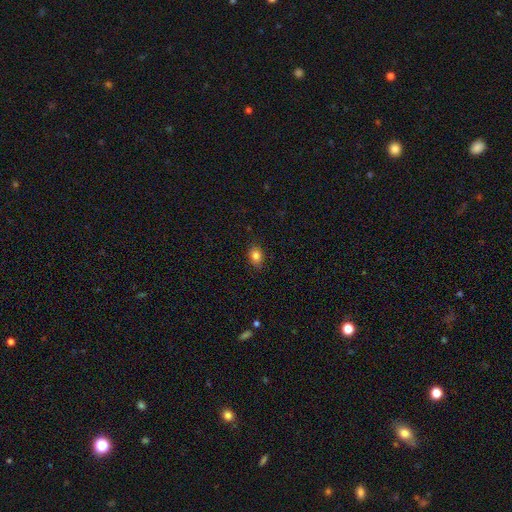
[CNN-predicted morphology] smooth-or-featured: smooth: 84% | star or artifact: 10% | featured or disk: 6%
  how-rounded: in between: 66% | round: 33% | cigar-shaped: 1%
  merging: none: 86% | minor disturbance: 11% | major disturbance: 2% | merger: 1%